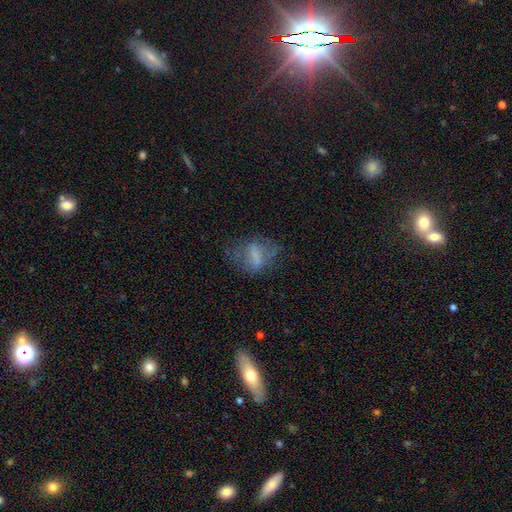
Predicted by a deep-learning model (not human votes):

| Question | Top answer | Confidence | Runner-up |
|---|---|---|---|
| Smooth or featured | smooth | 51% | featured or disk (36%) |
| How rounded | in between | 66% | round (24%) |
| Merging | none | 45% | major disturbance (29%) |